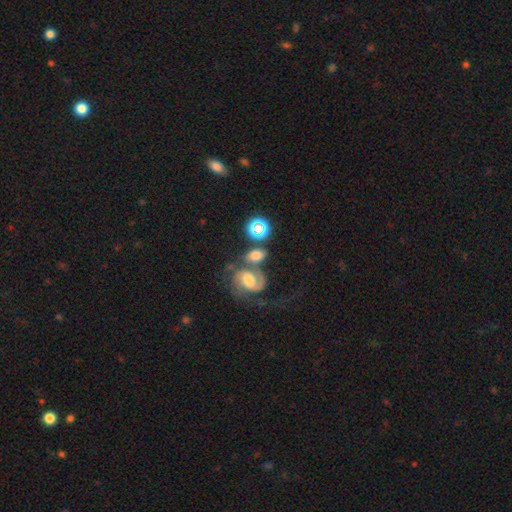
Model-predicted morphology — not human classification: A featured or disk galaxy (46%).

Vote fractions:
- Smooth or featured? featured or disk: 46% / smooth: 39% / star or artifact: 15%
- Merging? merger: 42% / none: 34% / minor disturbance: 13% / major disturbance: 11%